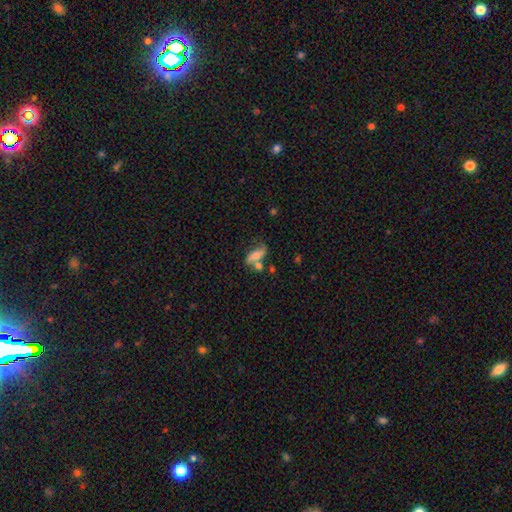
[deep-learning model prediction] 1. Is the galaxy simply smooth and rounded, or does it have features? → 51% smooth, 40% featured or disk, 9% star or artifact.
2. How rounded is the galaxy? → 71% in between, 23% cigar-shaped, 6% round.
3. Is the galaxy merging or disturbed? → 46% none, 28% merger, 18% minor disturbance, 8% major disturbance.